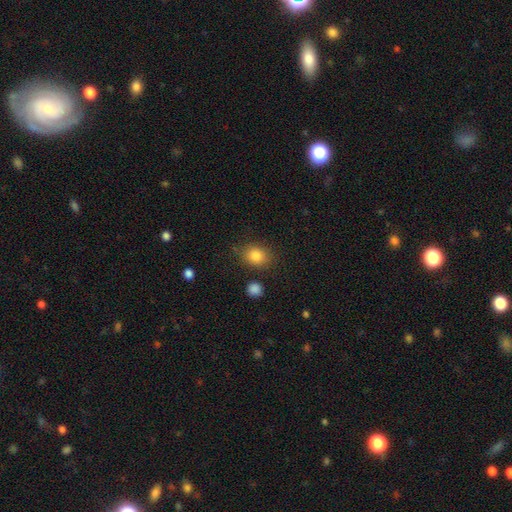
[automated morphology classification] Smooth or featured: smooth — 85% (star or artifact — 9%)
How rounded: round — 55% (in between — 44%)
Merging: none — 79% (minor disturbance — 13%)